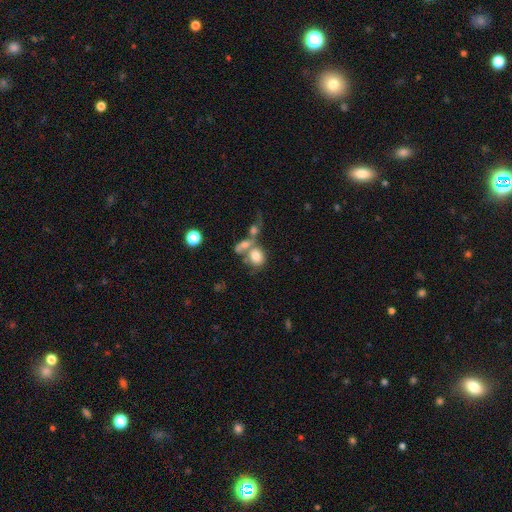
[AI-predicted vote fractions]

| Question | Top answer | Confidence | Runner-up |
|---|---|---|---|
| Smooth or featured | smooth | 75% | featured or disk (14%) |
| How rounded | round | 49% | in between (48%) |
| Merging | merger | 48% | none (32%) |